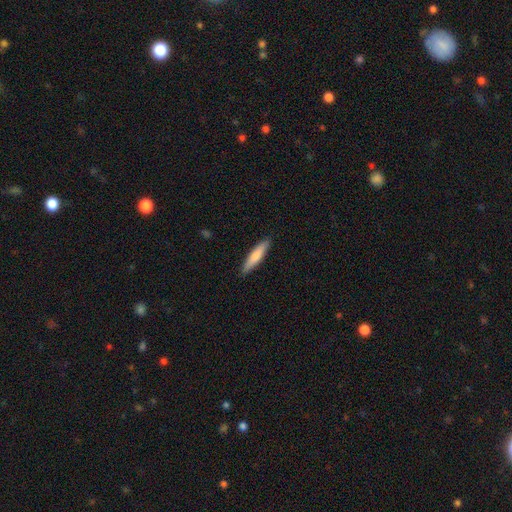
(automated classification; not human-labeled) Smooth or featured? smooth (71%)
How rounded? cigar-shaped (86%)
Merging? none (90%)